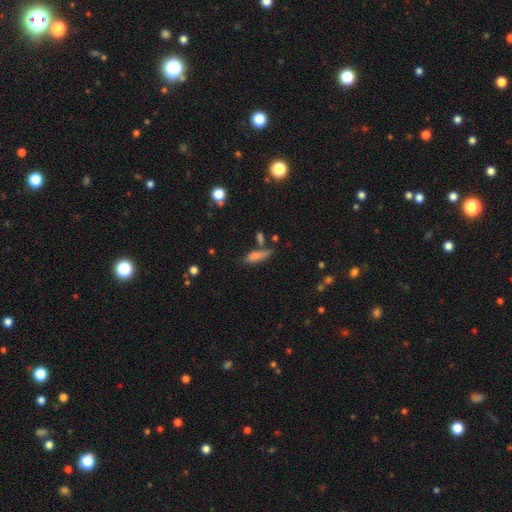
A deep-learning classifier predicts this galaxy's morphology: type=smooth (74%); roundness=cigar-shaped (57%); merging=none (56%).